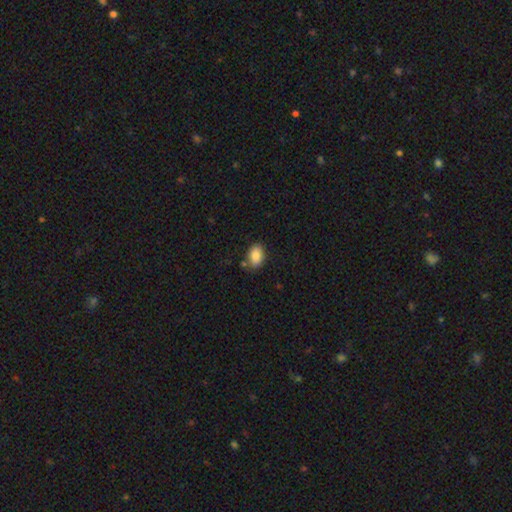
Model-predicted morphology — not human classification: A smooth galaxy with no disk features (87%) that is in between round and cigar-shaped (89%). Merging: none (78%).